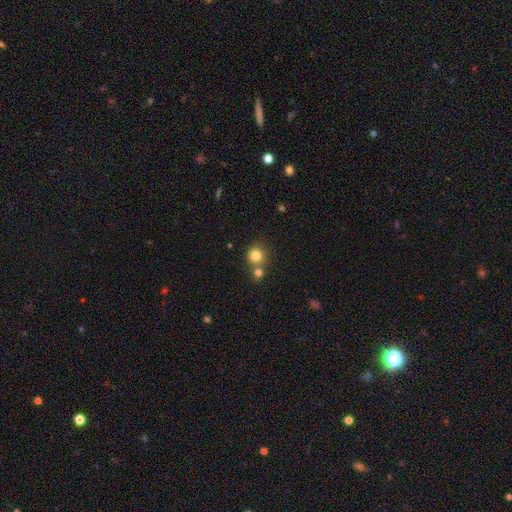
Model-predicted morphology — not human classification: A smooth galaxy with no disk features (80%) that is round (89%). Merging: none (58%).